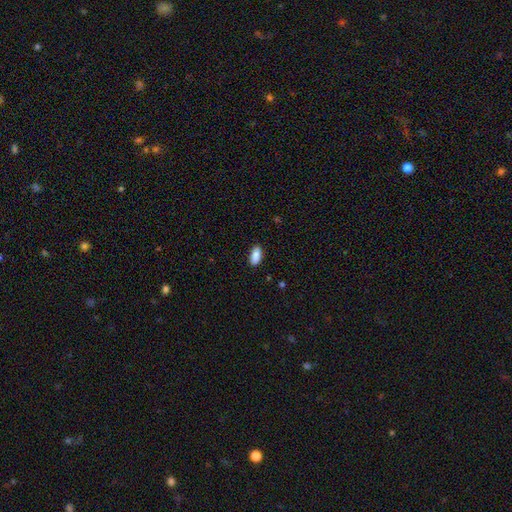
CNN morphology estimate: Q: Smooth or featured?
A: smooth (90%); runner-up: star or artifact (7%)
Q: How rounded?
A: in between (88%); runner-up: cigar-shaped (10%)
Q: Merging?
A: none (88%); runner-up: minor disturbance (9%)